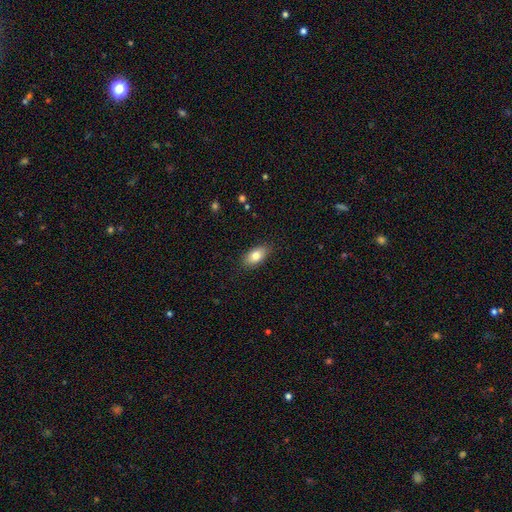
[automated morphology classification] This is likely a smooth galaxy (80%). How rounded: clearly in between (91%). Merging: clearly none (87%).